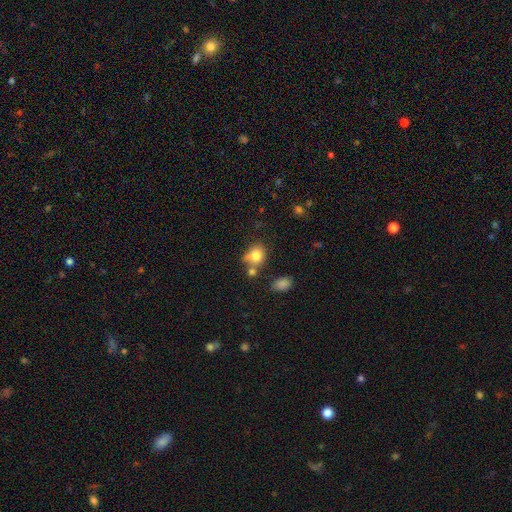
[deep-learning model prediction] smooth_or_featured: smooth (p=0.79) [alt: star or artifact p=0.10]
how_rounded: round (p=0.55) [alt: in between p=0.44]
merging: none (p=0.47) [alt: merger p=0.23]